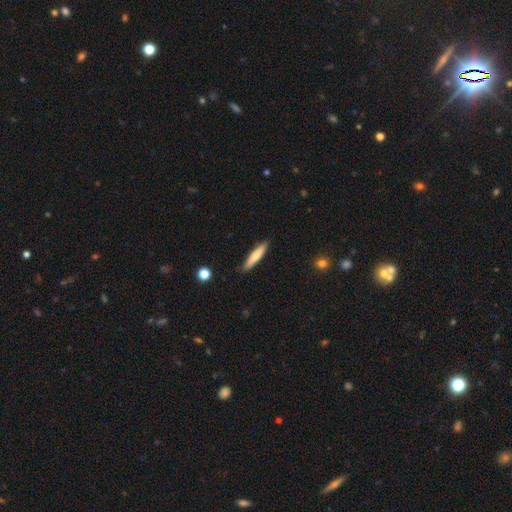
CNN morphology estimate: A smooth galaxy with no disk features (70%) that is cigar-shaped (87%). Merging: none (87%).